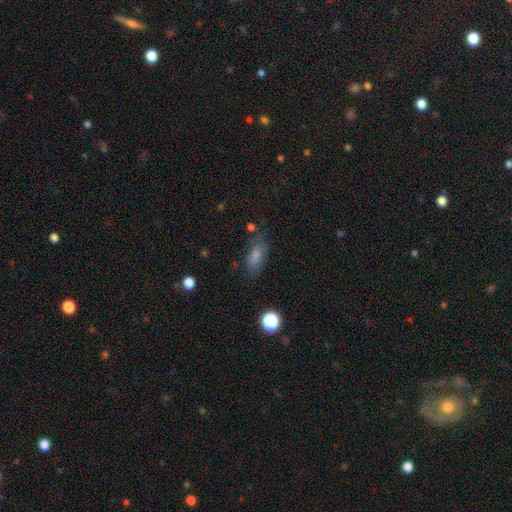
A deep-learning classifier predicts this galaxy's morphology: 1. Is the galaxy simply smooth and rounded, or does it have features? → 76% smooth, 13% featured or disk, 11% star or artifact.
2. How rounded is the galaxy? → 79% in between, 16% cigar-shaped, 5% round.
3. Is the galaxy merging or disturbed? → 70% none, 19% minor disturbance, 7% major disturbance, 4% merger.